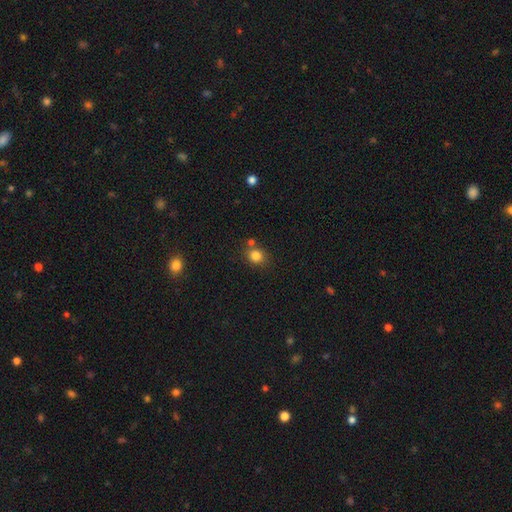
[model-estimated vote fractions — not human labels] Morphology: type=smooth (83%); roundness=round (73%); merging=none (70%).